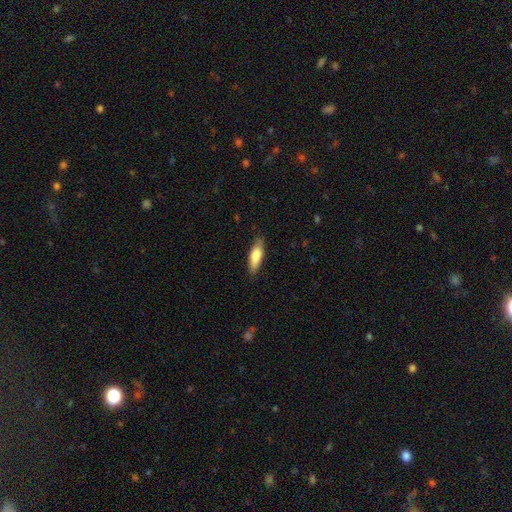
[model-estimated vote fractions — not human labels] Morphology: type=smooth (79%); roundness=in between (52%); merging=none (81%).